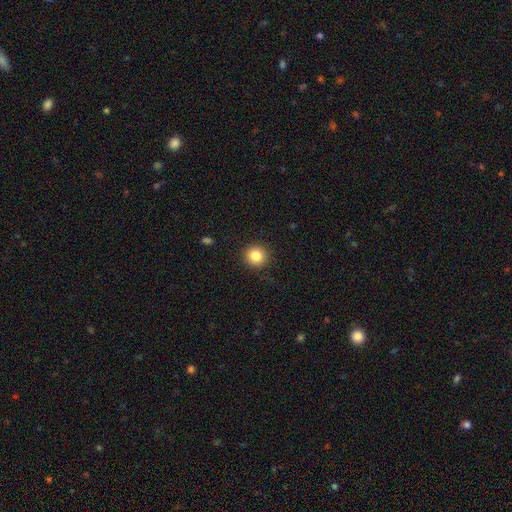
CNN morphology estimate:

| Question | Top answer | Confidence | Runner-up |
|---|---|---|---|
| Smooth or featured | smooth | 84% | star or artifact (10%) |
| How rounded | round | 94% | in between (5%) |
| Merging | none | 91% | minor disturbance (6%) |